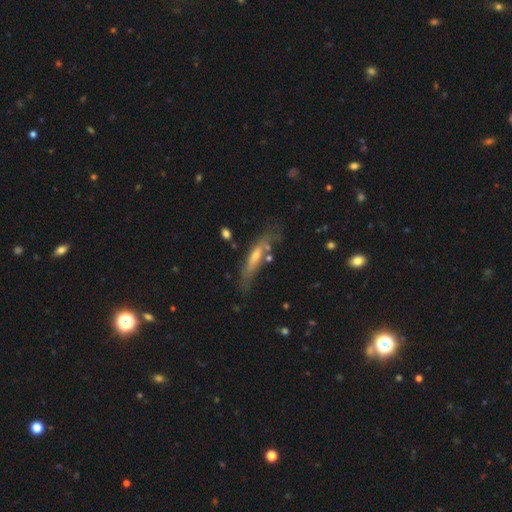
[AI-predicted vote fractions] featured or disk 53%, smooth 39%, star or artifact 8%. Down the decision tree: edge-on disk — yes (76%); merging — none (66%).